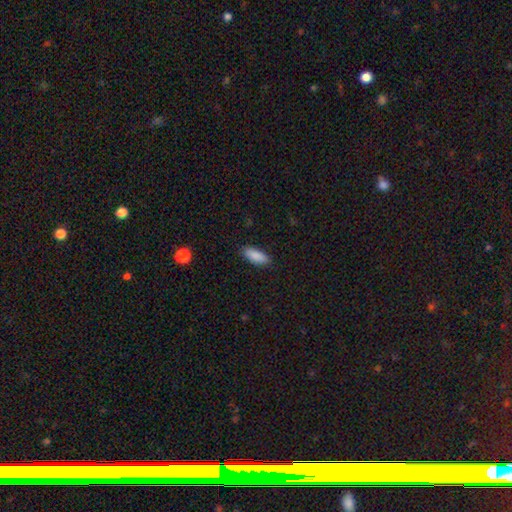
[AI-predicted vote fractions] Smooth or featured: smooth — 89% (star or artifact — 6%)
How rounded: in between — 79% (cigar-shaped — 19%)
Merging: none — 89% (minor disturbance — 9%)